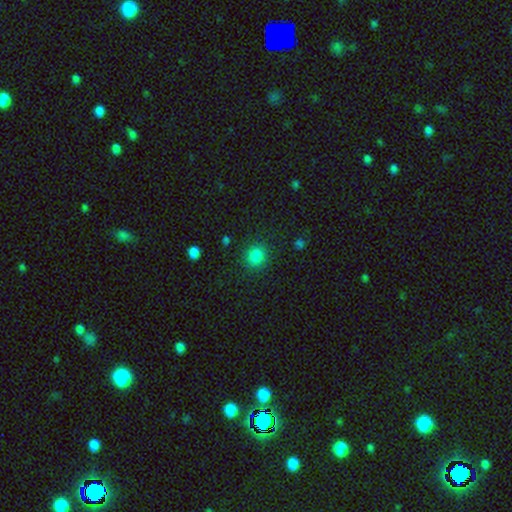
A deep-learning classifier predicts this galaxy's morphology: type=smooth (85%); roundness=round (83%); merging=none (88%).